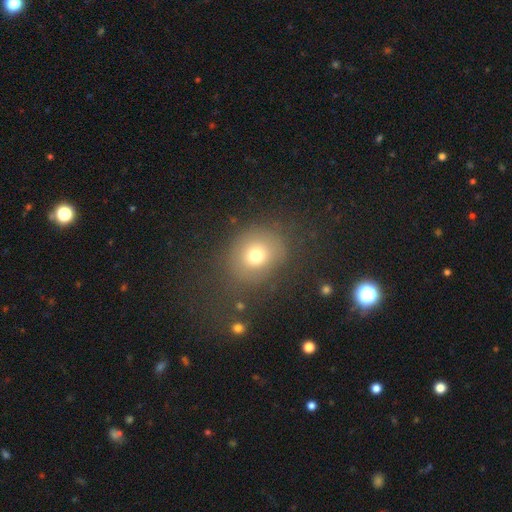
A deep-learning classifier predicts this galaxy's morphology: smooth 70%, star or artifact 16%, featured or disk 15%. Down the decision tree: how rounded — round (68%); merging — none (72%).